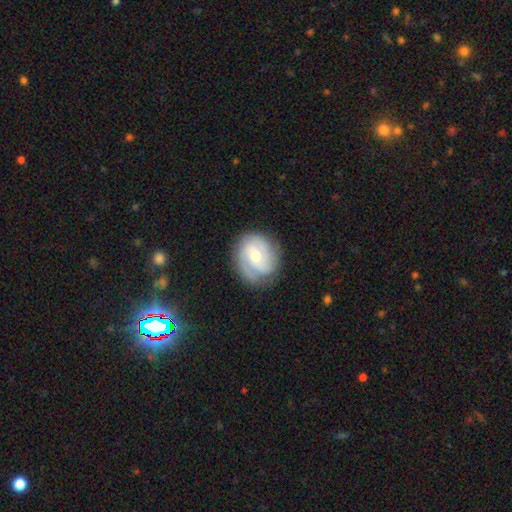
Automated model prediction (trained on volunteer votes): Q: Smooth or featured?
A: featured or disk (71%); runner-up: smooth (23%)
Q: Edge-on disk?
A: no (98%); runner-up: yes (2%)
Q: Bar?
A: no (57%); runner-up: weak (36%)
Q: Spiral arms?
A: yes (92%); runner-up: no (8%)
Q: Spiral winding?
A: tight (50%); runner-up: medium (37%)
Q: Spiral arm count?
A: 2 (34%); runner-up: 3 (29%)
Q: Bulge size?
A: moderate (58%); runner-up: small (37%)
Q: Merging?
A: none (75%); runner-up: minor disturbance (18%)